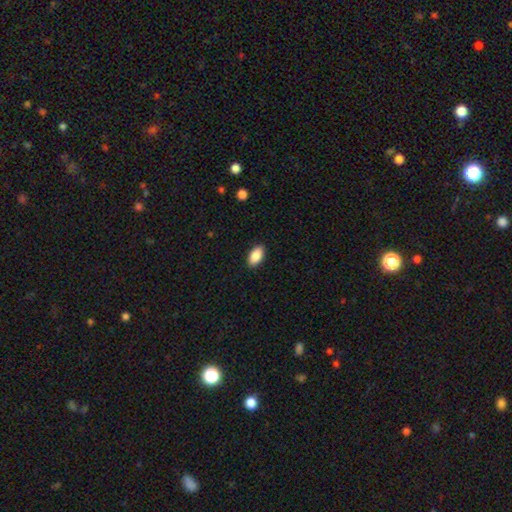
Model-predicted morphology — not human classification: This is clearly a smooth galaxy (88%). How rounded: clearly in between (94%). Merging: clearly none (89%).